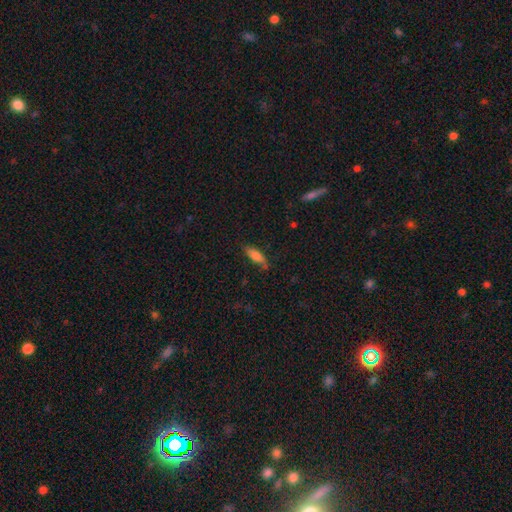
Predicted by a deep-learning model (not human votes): Smooth or featured?
  - smooth: 79% *
  - featured or disk: 14%
  - star or artifact: 8%
How rounded?
  - in between: 56% *
  - cigar-shaped: 42%
  - round: 2%
Merging?
  - none: 72% *
  - minor disturbance: 21%
  - major disturbance: 5%
  - merger: 2%